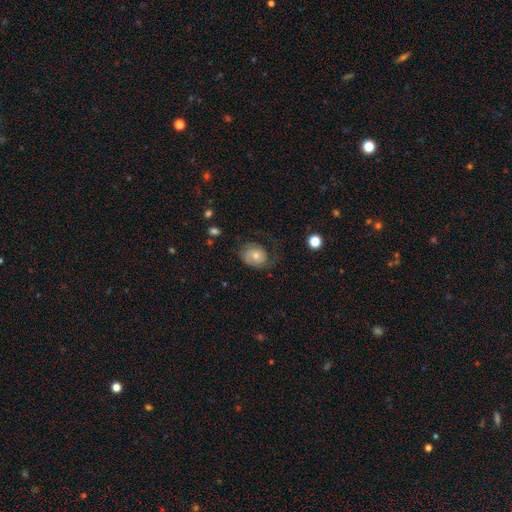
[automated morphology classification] A smooth galaxy with no disk features (50%) that is round (51%).

Vote fractions:
- Smooth or featured? smooth: 50% / featured or disk: 42% / star or artifact: 8%
- How rounded? round: 51% / in between: 48% / cigar-shaped: 1%
- Merging? none: 47% / major disturbance: 26% / minor disturbance: 25% / merger: 2%